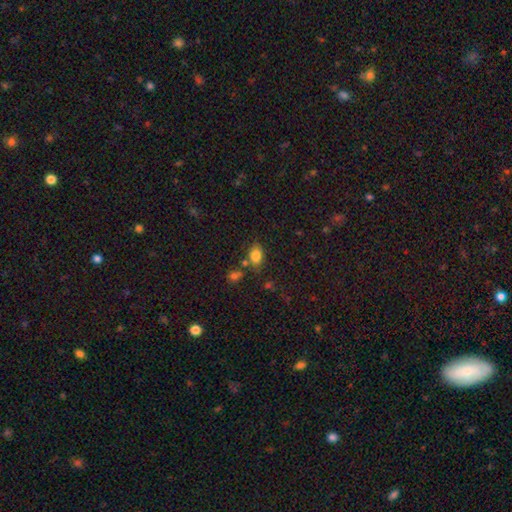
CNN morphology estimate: smooth_or_featured: smooth (p=0.81) [alt: star or artifact p=0.10]
how_rounded: in between (p=0.79) [alt: round p=0.20]
merging: none (p=0.69) [alt: minor disturbance p=0.17]